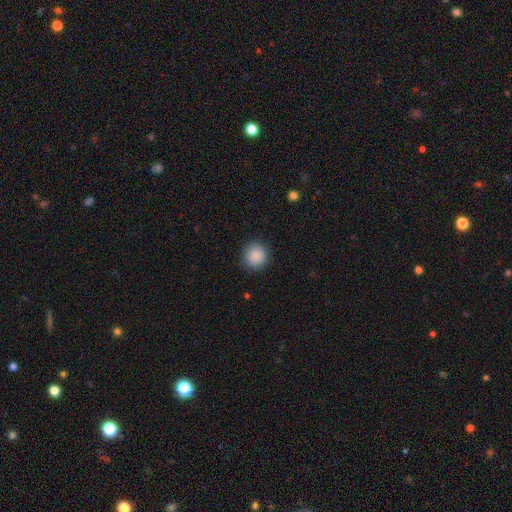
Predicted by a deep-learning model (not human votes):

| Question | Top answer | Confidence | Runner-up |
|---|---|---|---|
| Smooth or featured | smooth | 89% | star or artifact (8%) |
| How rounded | round | 92% | in between (7%) |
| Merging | none | 89% | minor disturbance (8%) |